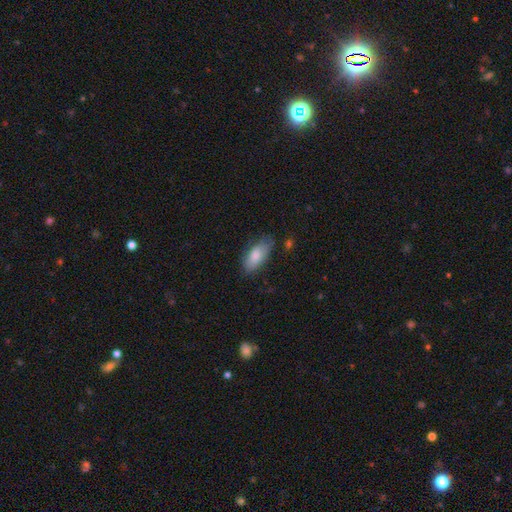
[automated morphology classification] Smooth or featured: smooth — 81% (featured or disk — 13%)
How rounded: in between — 85% (cigar-shaped — 12%)
Merging: none — 68% (minor disturbance — 24%)